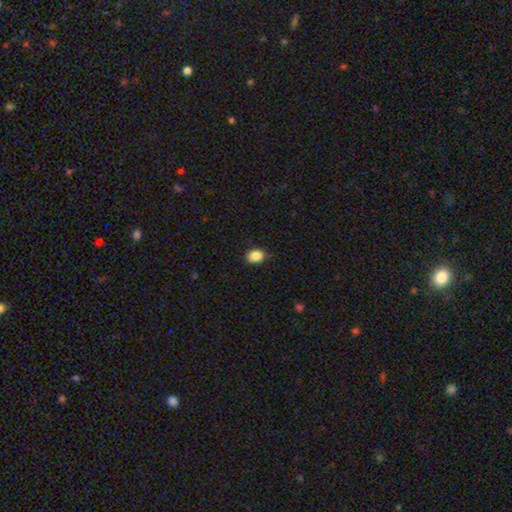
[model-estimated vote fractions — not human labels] Smooth or featured? Predicted: smooth (p=0.87). How rounded? Predicted: in between (p=0.67). Merging? Predicted: none (p=0.81).